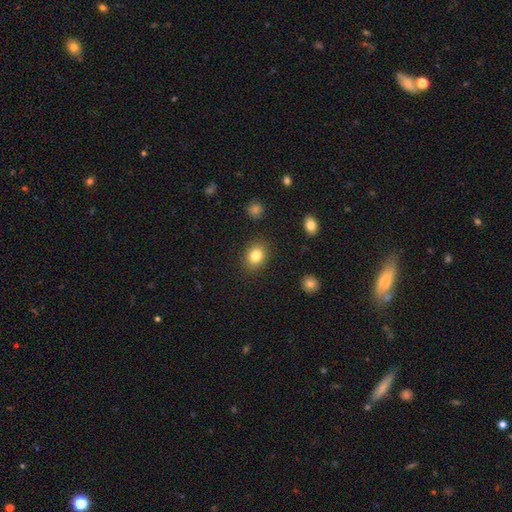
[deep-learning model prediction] This is clearly a smooth galaxy (83%). How rounded: possibly in between (55%). Merging: clearly none (87%).